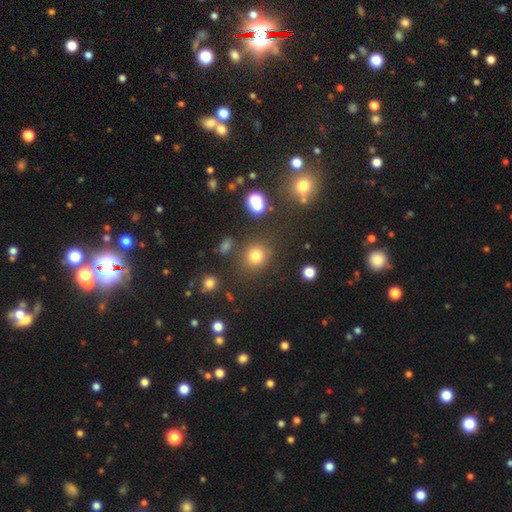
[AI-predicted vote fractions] Smooth or featured? smooth (76%)
How rounded? round (81%)
Merging? none (80%)